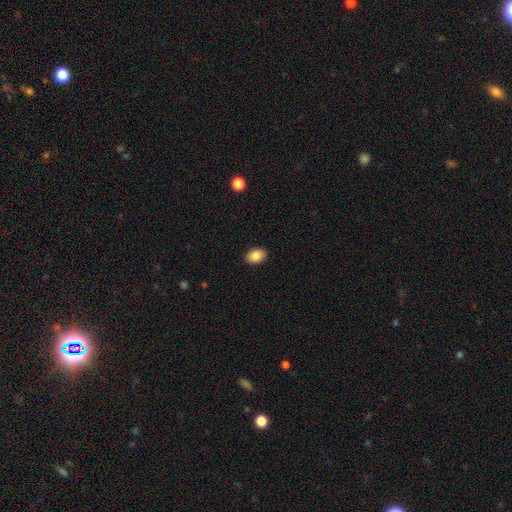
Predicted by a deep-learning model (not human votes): A smooth galaxy with no disk features (88%) that is in between round and cigar-shaped (75%).

Vote fractions:
- Smooth or featured? smooth: 88% / star or artifact: 8% / featured or disk: 4%
- How rounded? in between: 75% / round: 24% / cigar-shaped: 1%
- Merging? none: 89% / minor disturbance: 8% / major disturbance: 2% / merger: 1%